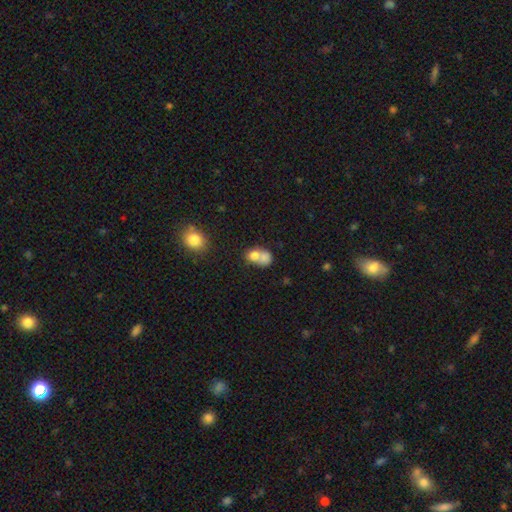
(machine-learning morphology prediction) Smooth or featured? Predicted: smooth (p=0.74). How rounded? Predicted: round (p=0.53). Merging? Predicted: merger (p=0.67).